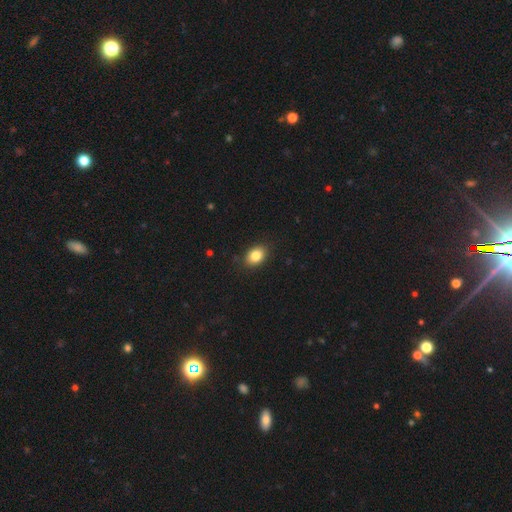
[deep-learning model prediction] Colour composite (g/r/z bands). It shows a smooth galaxy with no disk features (84%) that is in between round and cigar-shaped (75%). Merging: none (87%).